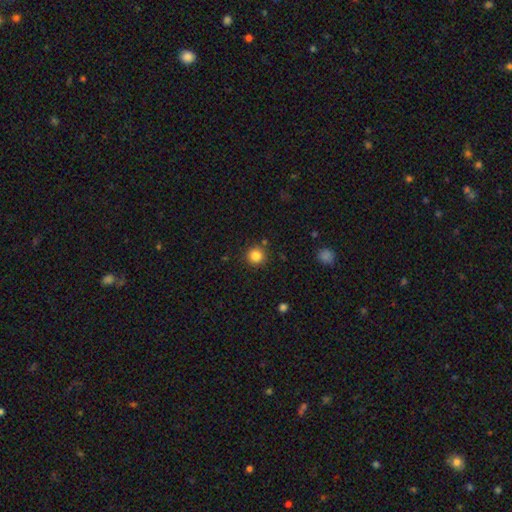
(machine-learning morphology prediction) type=smooth (84%); roundness=round (95%); merging=none (89%).